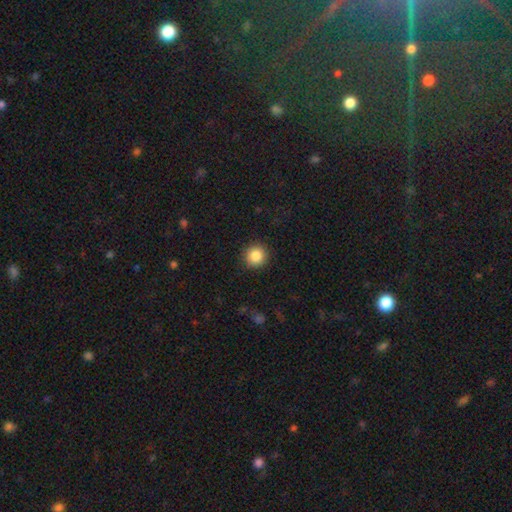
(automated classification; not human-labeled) This appears to be a smooth galaxy with no disk features (86%) that is round (93%). Merging: none (90%).